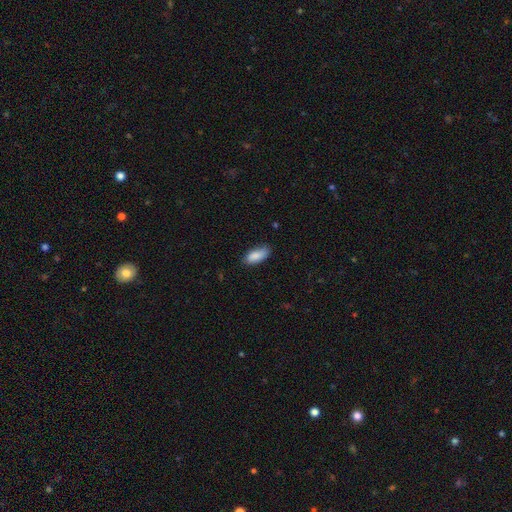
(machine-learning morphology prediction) Smooth or featured? Predicted: smooth (p=0.87). How rounded? Predicted: in between (p=0.87). Merging? Predicted: none (p=0.76).